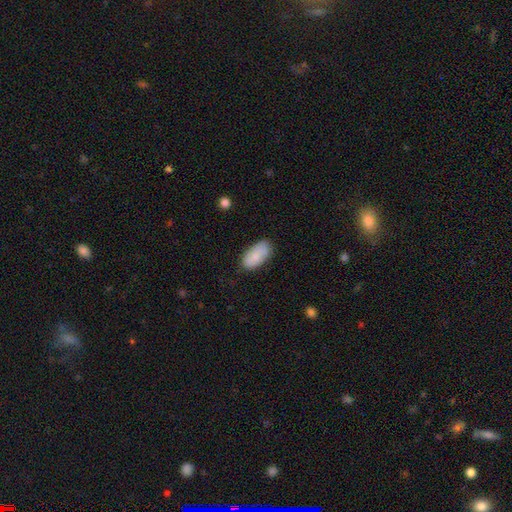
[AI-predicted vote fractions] Smooth or featured: smooth — 75% (featured or disk — 18%)
How rounded: in between — 94% (cigar-shaped — 3%)
Merging: none — 76% (minor disturbance — 19%)